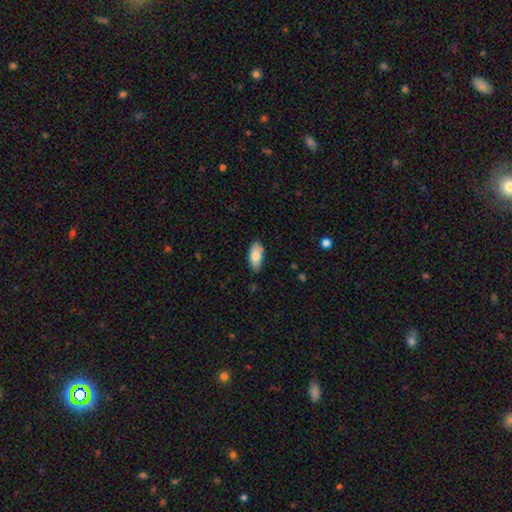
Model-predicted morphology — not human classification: Smooth or featured? smooth (80%)
How rounded? in between (89%)
Merging? none (77%)